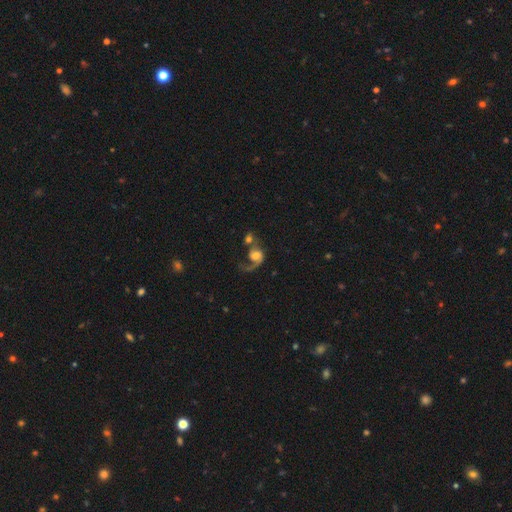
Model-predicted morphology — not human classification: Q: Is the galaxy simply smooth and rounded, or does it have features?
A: featured or disk — 65%.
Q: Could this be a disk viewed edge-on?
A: no — 97%.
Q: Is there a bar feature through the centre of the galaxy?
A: no — 70%.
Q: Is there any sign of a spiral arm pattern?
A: yes — 87%.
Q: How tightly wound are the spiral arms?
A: loose — 63%.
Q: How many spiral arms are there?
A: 1 — 73%.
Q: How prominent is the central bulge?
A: moderate — 44%.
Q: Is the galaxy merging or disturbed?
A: merger — 43%.